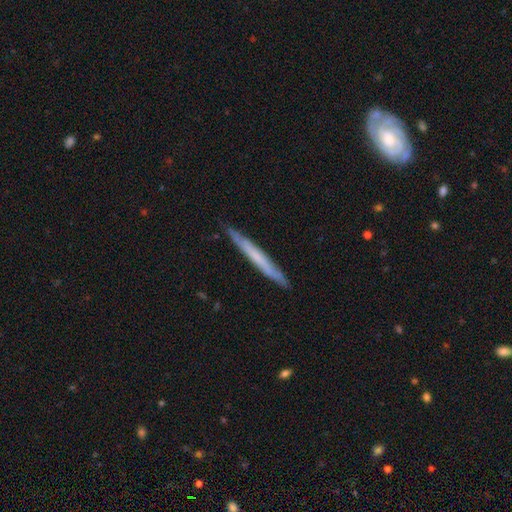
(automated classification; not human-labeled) A smooth galaxy with no disk features (50%). Merging: none (88%).